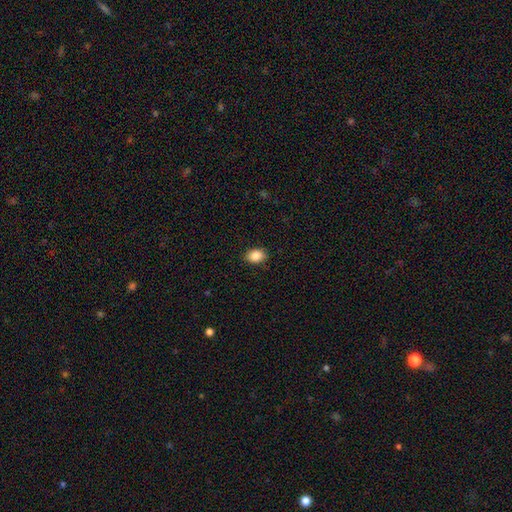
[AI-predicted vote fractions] Q: Smooth or featured?
A: smooth (87%); runner-up: star or artifact (8%)
Q: How rounded?
A: in between (73%); runner-up: round (25%)
Q: Merging?
A: none (89%); runner-up: minor disturbance (8%)